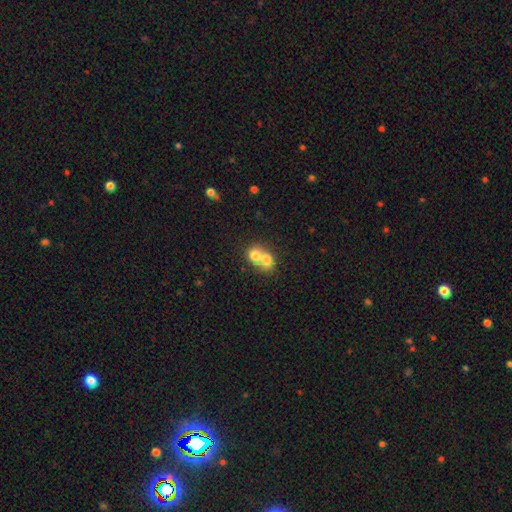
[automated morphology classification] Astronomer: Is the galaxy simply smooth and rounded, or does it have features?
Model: smooth — 71%.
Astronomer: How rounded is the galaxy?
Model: round — 62%.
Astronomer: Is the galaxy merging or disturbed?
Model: merger — 74%.